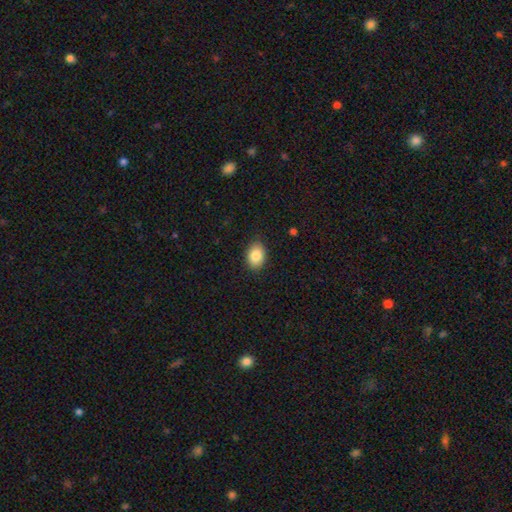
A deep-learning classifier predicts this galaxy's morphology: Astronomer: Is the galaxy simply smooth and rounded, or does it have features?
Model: smooth — 86%.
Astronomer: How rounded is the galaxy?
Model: in between — 77%.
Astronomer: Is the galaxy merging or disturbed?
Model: none — 87%.